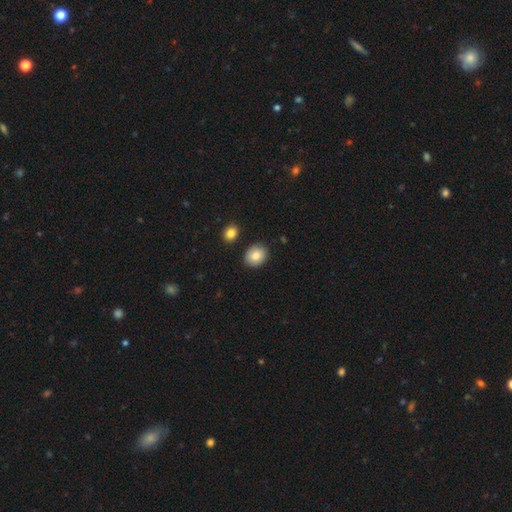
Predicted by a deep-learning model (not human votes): This is clearly a smooth galaxy (85%). How rounded: possibly in between (52%). Merging: clearly none (85%).